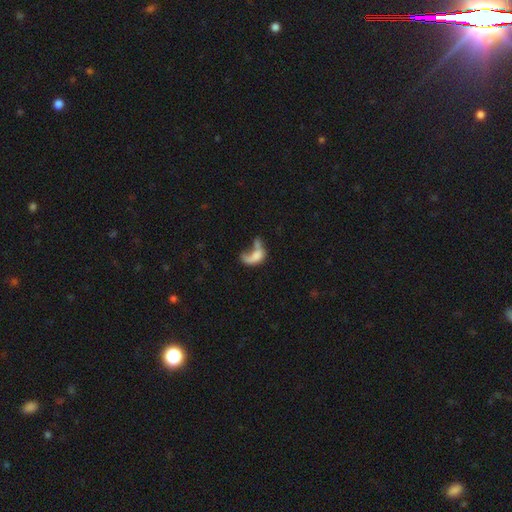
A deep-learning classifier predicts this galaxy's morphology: type=smooth (51%); roundness=in between (81%); merging=major disturbance (39%).